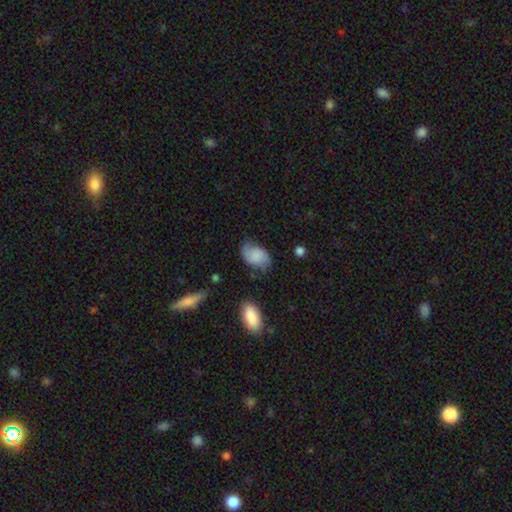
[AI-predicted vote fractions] Morphology: type=smooth (63%); roundness=in between (87%); merging=none (59%).